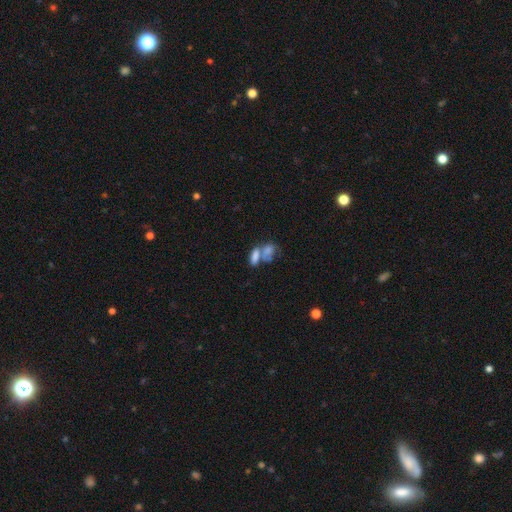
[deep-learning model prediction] This appears to be a smooth galaxy with no disk features (73%) that is in between round and cigar-shaped (83%). Merging: merger (63%).